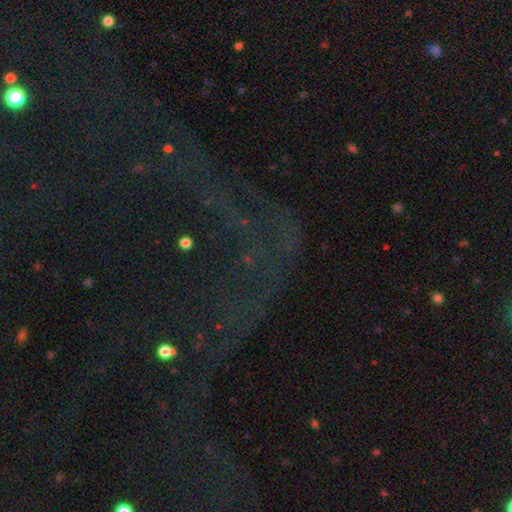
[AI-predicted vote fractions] smooth-or-featured: star or artifact: 70% | featured or disk: 16% | smooth: 14%